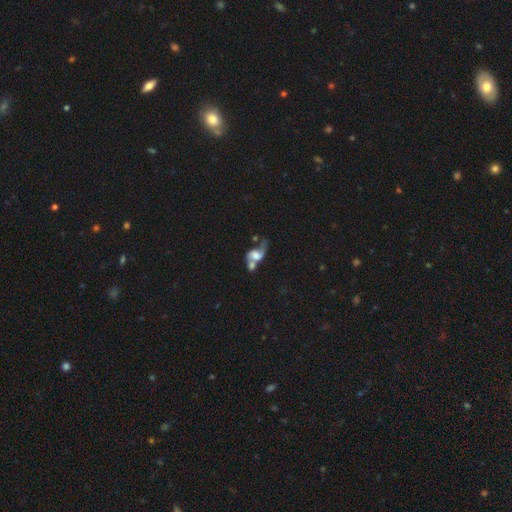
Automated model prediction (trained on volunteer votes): smooth-or-featured: featured or disk: 47% | smooth: 42% | star or artifact: 11%
  merging: merger: 56% | major disturbance: 20% | none: 15% | minor disturbance: 10%